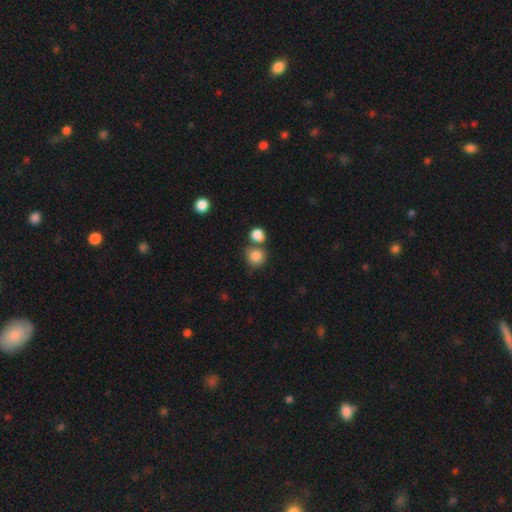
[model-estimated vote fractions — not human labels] The model was most divided on "merging": none: 55%, merger: 30%, minor disturbance: 11%, major disturbance: 4%. More confident: smooth or featured — smooth (83%); how rounded — round (82%).